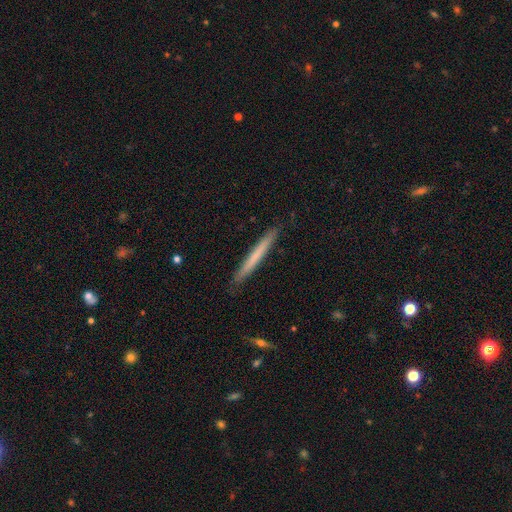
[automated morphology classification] A smooth galaxy with no disk features (63%) that is cigar-shaped (97%). Merging: none (90%).